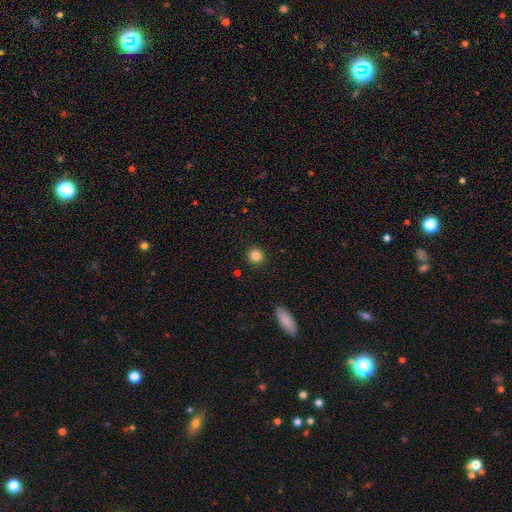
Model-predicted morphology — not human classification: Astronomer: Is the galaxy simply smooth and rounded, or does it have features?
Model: smooth — 84%.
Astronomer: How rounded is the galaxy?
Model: round — 91%.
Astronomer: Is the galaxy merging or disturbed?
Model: none — 91%.